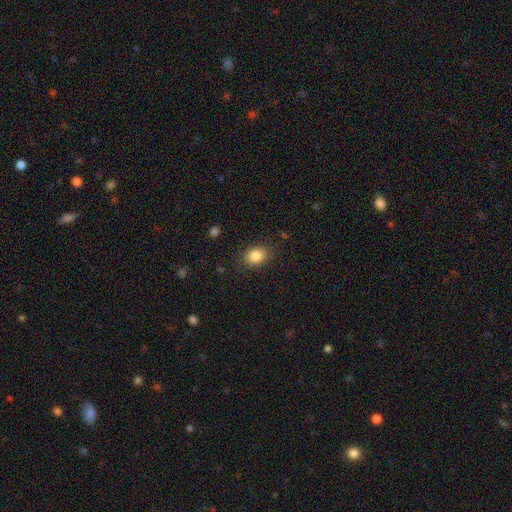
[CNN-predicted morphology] Q: Smooth or featured?
A: smooth (85%); runner-up: star or artifact (9%)
Q: How rounded?
A: in between (69%); runner-up: round (30%)
Q: Merging?
A: none (84%); runner-up: minor disturbance (12%)